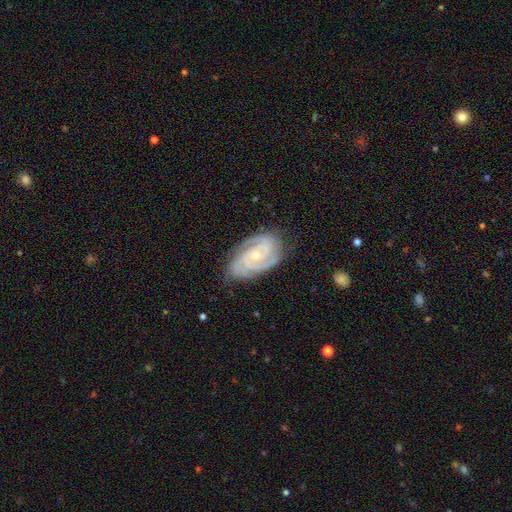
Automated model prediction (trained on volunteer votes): Smooth or featured? featured or disk (91%)
Edge-on disk? no (97%)
Bar? no (63%)
Spiral arms? yes (98%)
Spiral winding? tight (69%)
Spiral arm count? 2 (41%)
Bulge size? small (68%)
Merging? none (78%)